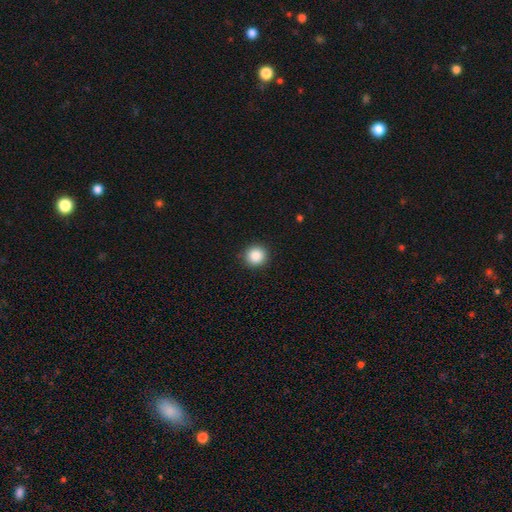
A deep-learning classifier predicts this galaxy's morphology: A smooth galaxy with no disk features (87%) that is round (93%). Merging: none (92%).